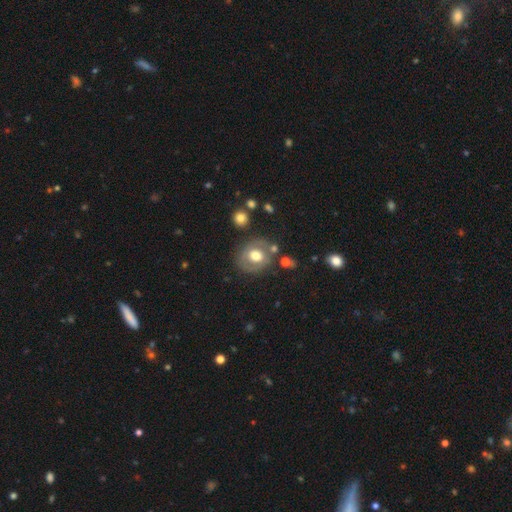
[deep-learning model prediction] Smooth or featured: smooth — 52% (featured or disk — 40%)
How rounded: round — 66% (in between — 33%)
Merging: none — 70% (minor disturbance — 16%)